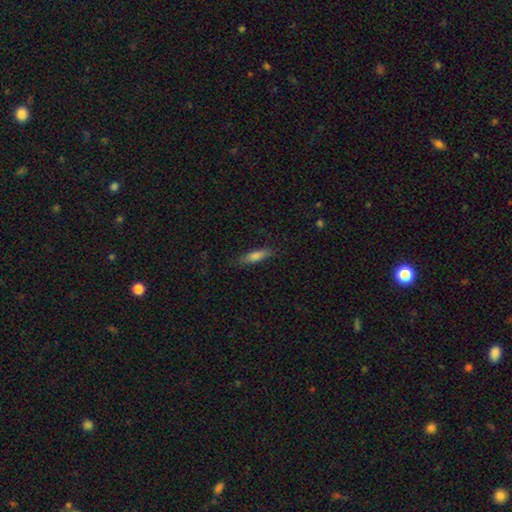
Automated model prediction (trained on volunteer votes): Overall: smooth (68%). How rounded: cigar-shaped (70%). Merging: none (82%).